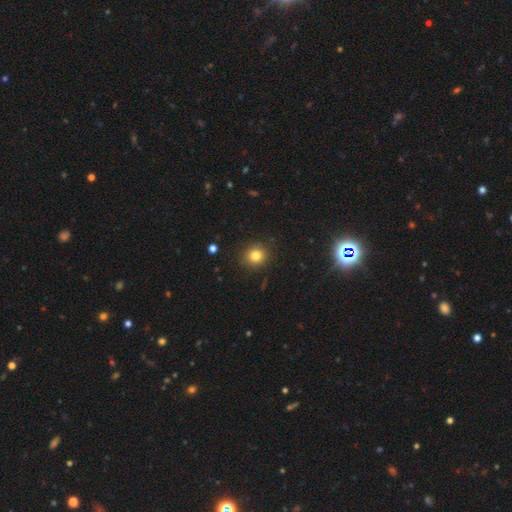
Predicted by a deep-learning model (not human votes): This appears to be a smooth galaxy with no disk features (81%) that is round (85%). Merging: none (89%).